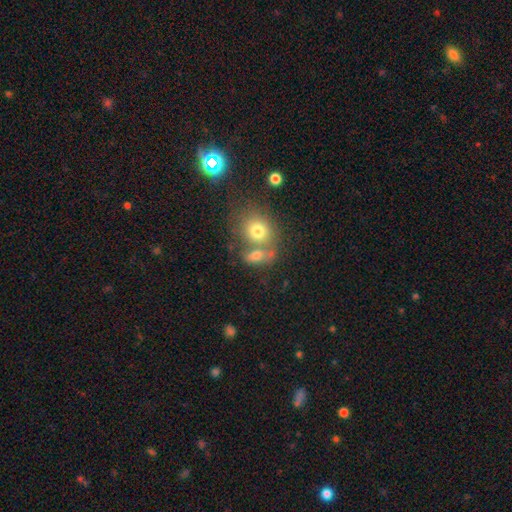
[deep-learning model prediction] smooth_or_featured: smooth (p=0.72) [alt: featured or disk p=0.15]
how_rounded: in between (p=0.68) [alt: round p=0.27]
merging: merger (p=0.44) [alt: none p=0.38]